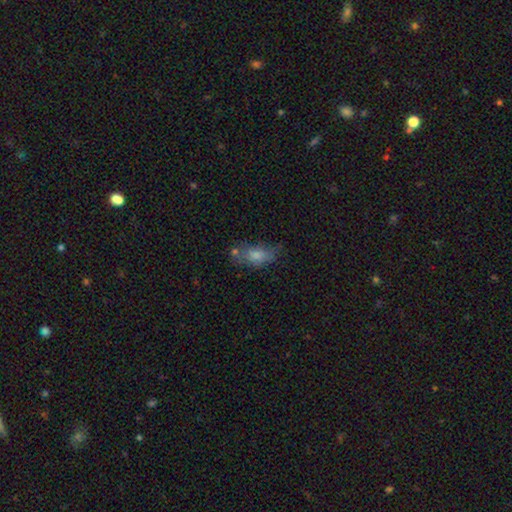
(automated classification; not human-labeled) Smooth or featured? smooth (65%)
How rounded? in between (80%)
Merging? none (52%)